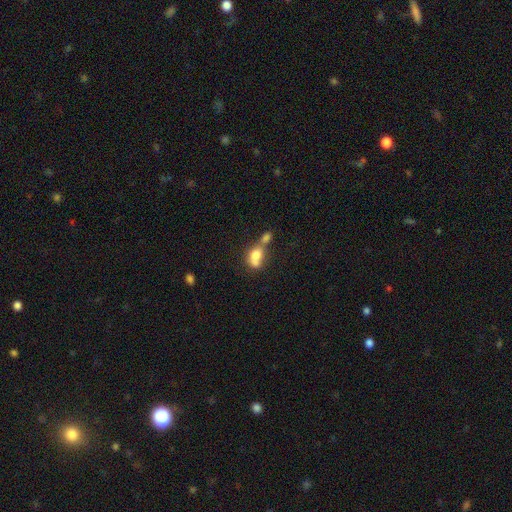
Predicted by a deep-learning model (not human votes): A smooth galaxy with no disk features (71%) that is in between round and cigar-shaped (62%). Merging: merger (65%).